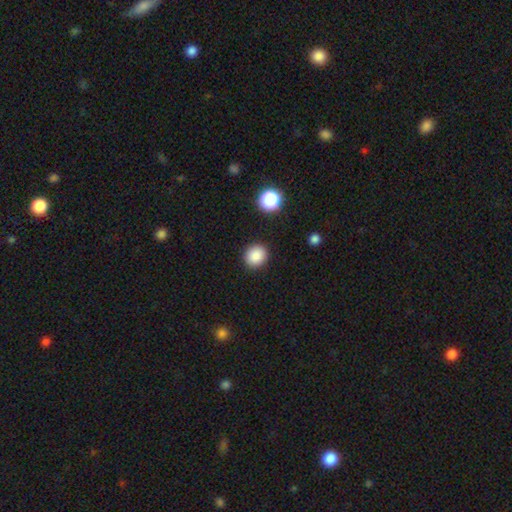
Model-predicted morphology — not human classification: The model was most divided on "how rounded": round: 78%, in between: 21%, cigar-shaped: 1%. More confident: merging — none (90%); smooth or featured — smooth (87%).